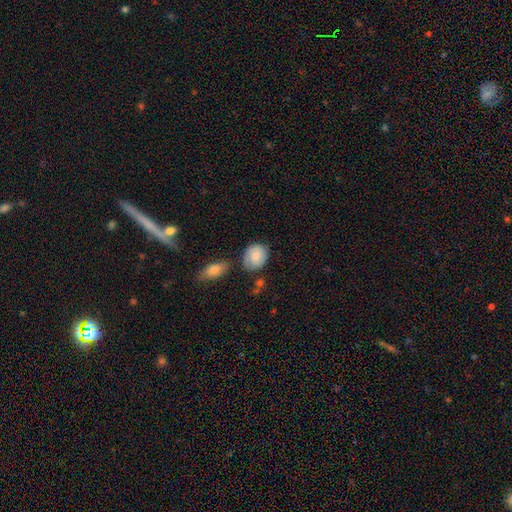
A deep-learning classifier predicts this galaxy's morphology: smooth 81%, featured or disk 13%, star or artifact 6%. Down the decision tree: how rounded — round (54%); merging — none (64%).